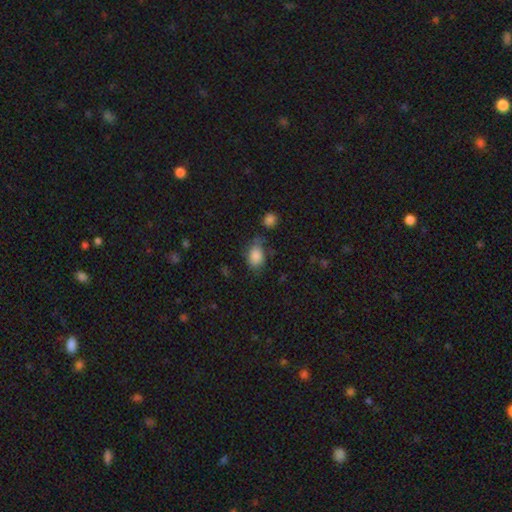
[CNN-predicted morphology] smooth_or_featured: smooth (p=0.82) [alt: star or artifact p=0.09]
how_rounded: in between (p=0.80) [alt: round p=0.19]
merging: none (p=0.51) [alt: minor disturbance p=0.30]